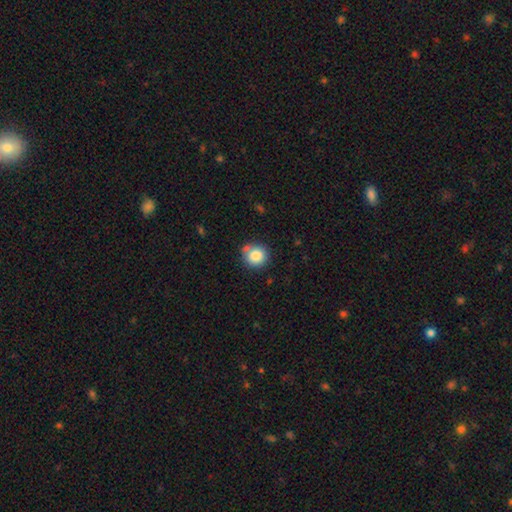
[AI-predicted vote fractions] smooth-or-featured: smooth: 84% | star or artifact: 9% | featured or disk: 7%
  how-rounded: round: 90% | in between: 9% | cigar-shaped: 1%
  merging: none: 72% | minor disturbance: 14% | merger: 10% | major disturbance: 4%